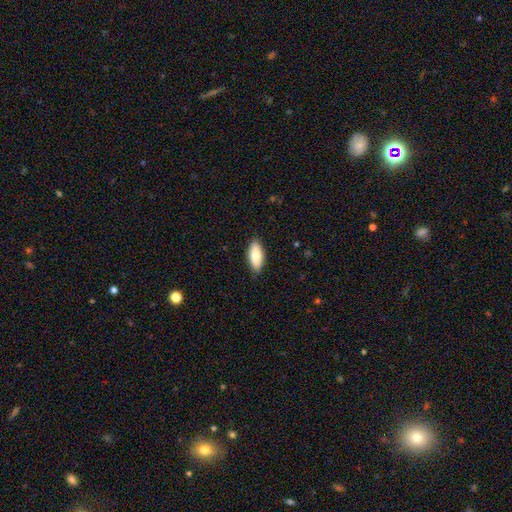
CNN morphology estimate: smooth-or-featured: smooth: 82% | featured or disk: 12% | star or artifact: 6%
  how-rounded: in between: 82% | cigar-shaped: 16% | round: 2%
  merging: none: 87% | minor disturbance: 10% | major disturbance: 2% | merger: 1%